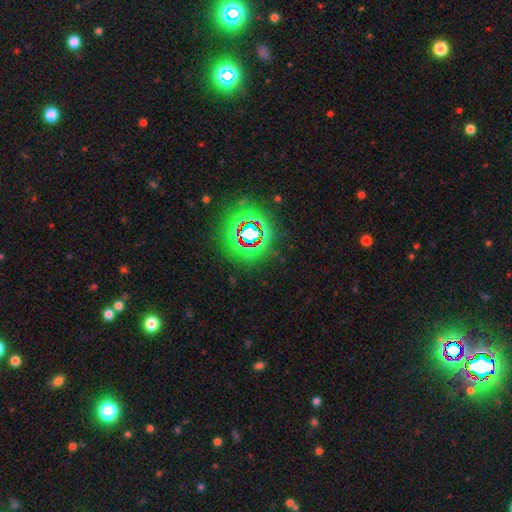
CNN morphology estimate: star or artifact 70%, smooth 15%, featured or disk 14%.